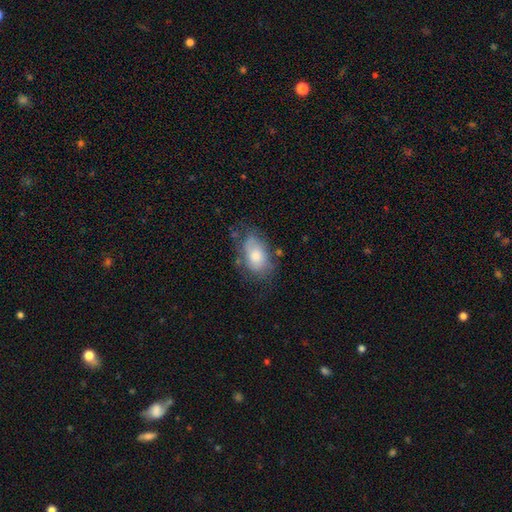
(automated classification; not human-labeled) Smooth or featured: smooth — 69% (featured or disk — 24%)
How rounded: in between — 90% (round — 8%)
Merging: none — 54% (minor disturbance — 29%)